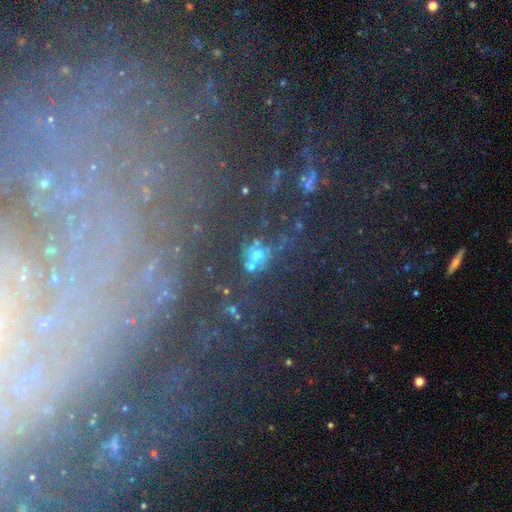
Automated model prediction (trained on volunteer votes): smooth_or_featured: smooth (p=0.49) [alt: star or artifact p=0.35]
merging: none (p=0.56) [alt: merger p=0.18]